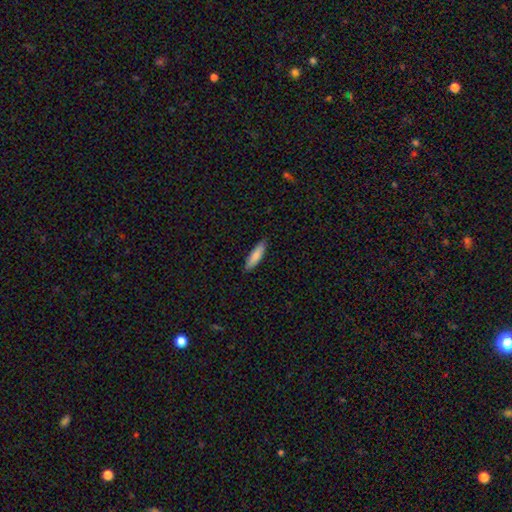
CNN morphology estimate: Smooth or featured? Predicted: smooth (p=0.85). How rounded? Predicted: cigar-shaped (p=0.65). Merging? Predicted: none (p=0.88).